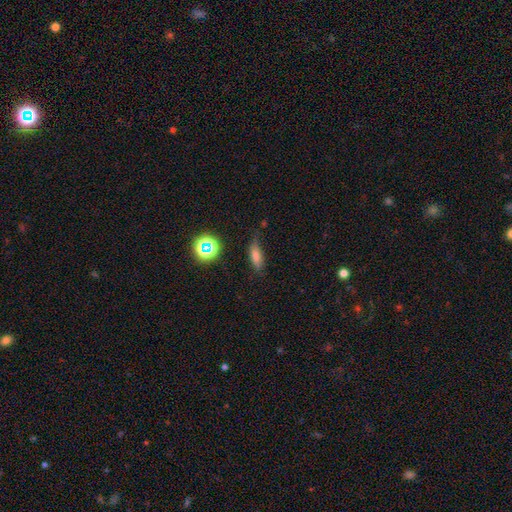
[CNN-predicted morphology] Smooth or featured? Predicted: smooth (p=0.68). How rounded? Predicted: in between (p=0.56). Merging? Predicted: none (p=0.68).